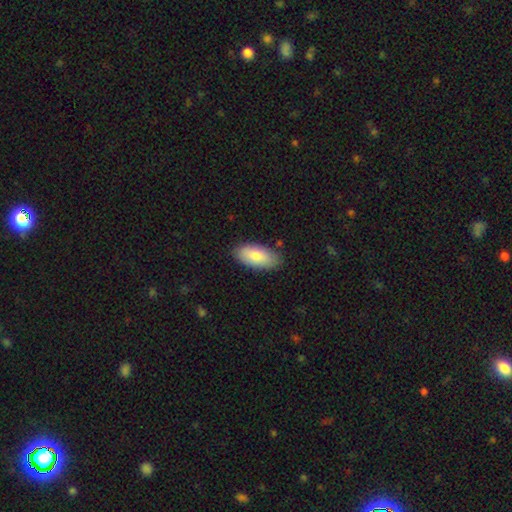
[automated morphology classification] Smooth or featured: smooth — 82% (featured or disk — 12%)
How rounded: in between — 91% (cigar-shaped — 7%)
Merging: none — 85% (minor disturbance — 11%)